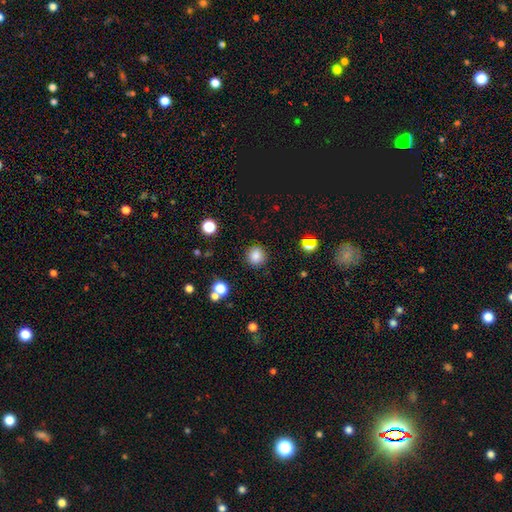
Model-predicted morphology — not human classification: smooth_or_featured: smooth (p=0.83) [alt: star or artifact p=0.12]
how_rounded: round (p=0.93) [alt: in between p=0.06]
merging: none (p=0.89) [alt: minor disturbance p=0.06]